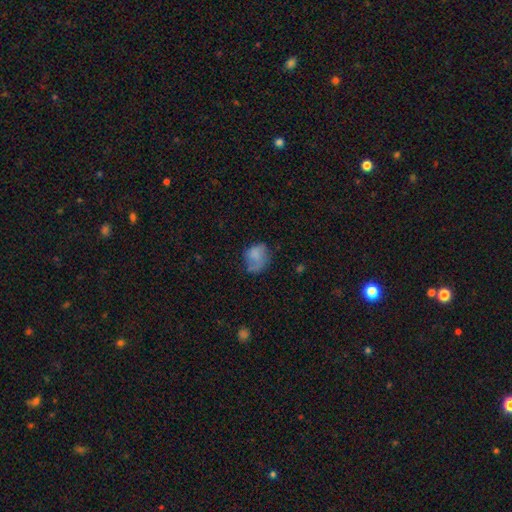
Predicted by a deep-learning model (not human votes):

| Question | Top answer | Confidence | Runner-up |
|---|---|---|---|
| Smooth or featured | smooth | 68% | featured or disk (22%) |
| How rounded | round | 51% | in between (48%) |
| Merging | none | 42% | minor disturbance (31%) |